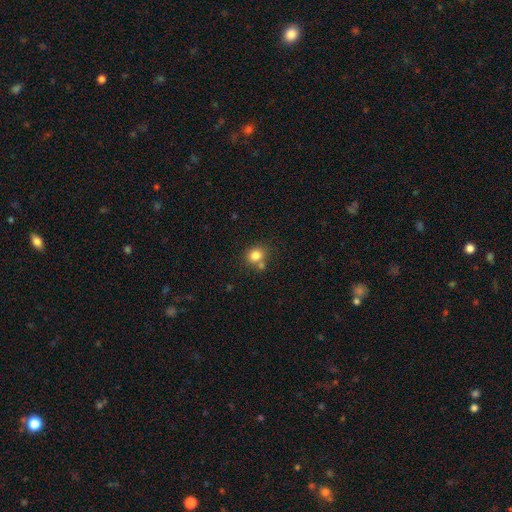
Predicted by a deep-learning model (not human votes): This appears to be a smooth galaxy with no disk features (81%) that is round (74%). Merging: none (62%).